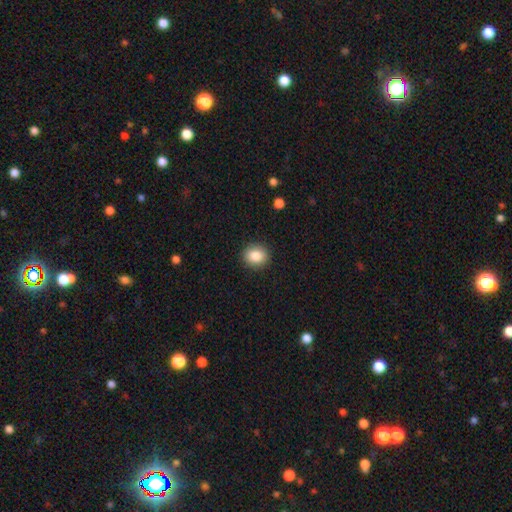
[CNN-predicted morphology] The model was most divided on "how rounded": round: 77%, in between: 22%, cigar-shaped: 1%. More confident: merging — none (91%); smooth or featured — smooth (85%).